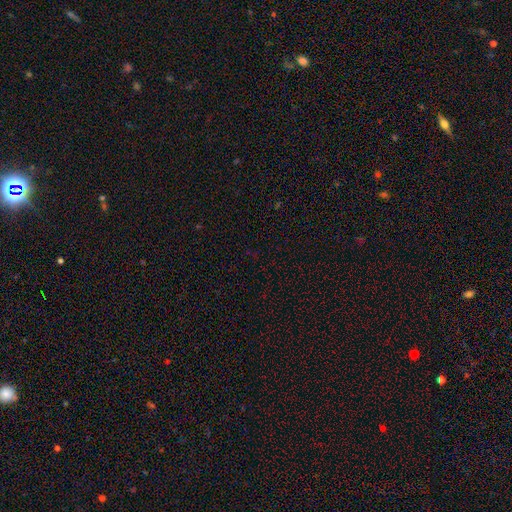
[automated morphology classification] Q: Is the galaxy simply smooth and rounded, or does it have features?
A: star or artifact — 70%.